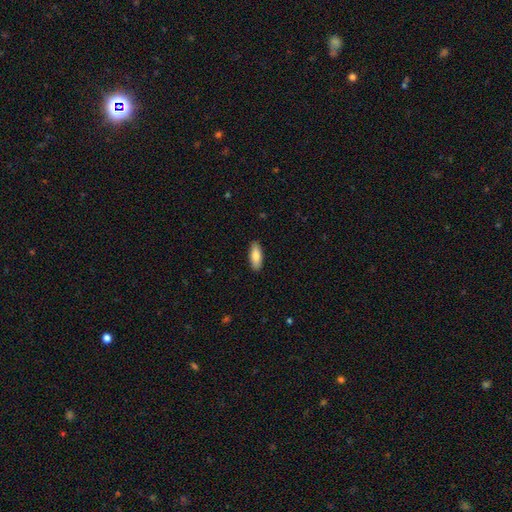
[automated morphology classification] Smooth or featured? smooth (83%)
How rounded? in between (74%)
Merging? none (89%)